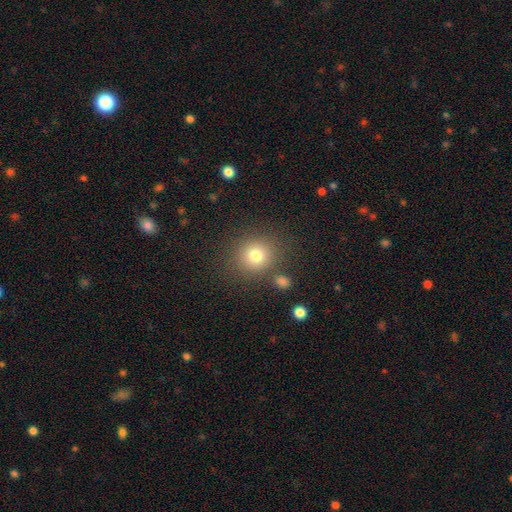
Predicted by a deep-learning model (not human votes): smooth-or-featured: smooth: 78% | star or artifact: 14% | featured or disk: 9%
  how-rounded: round: 85% | in between: 14% | cigar-shaped: 1%
  merging: none: 81% | minor disturbance: 9% | merger: 6% | major disturbance: 4%